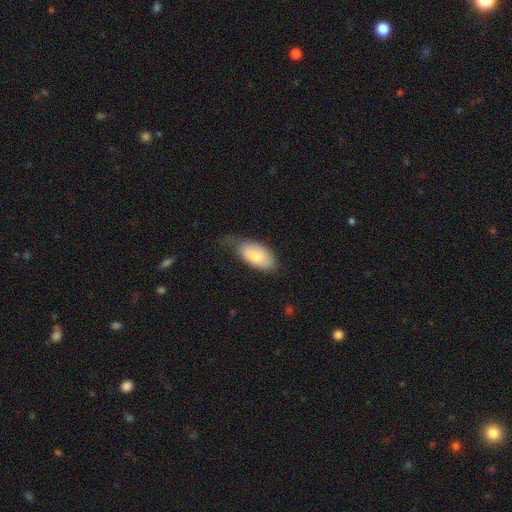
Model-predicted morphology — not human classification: The model was most divided on "merging": none: 46%, minor disturbance: 38%, major disturbance: 15%, merger: 2%. More confident: how rounded — in between (93%); smooth or featured — smooth (74%).